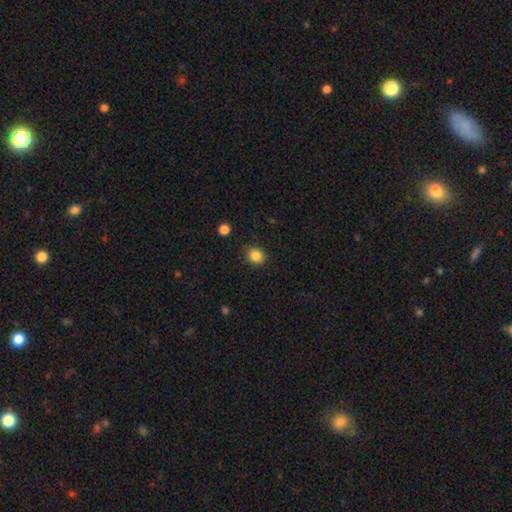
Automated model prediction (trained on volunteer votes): This appears to be a smooth galaxy with no disk features (85%) that is round (72%). Merging: none (85%).